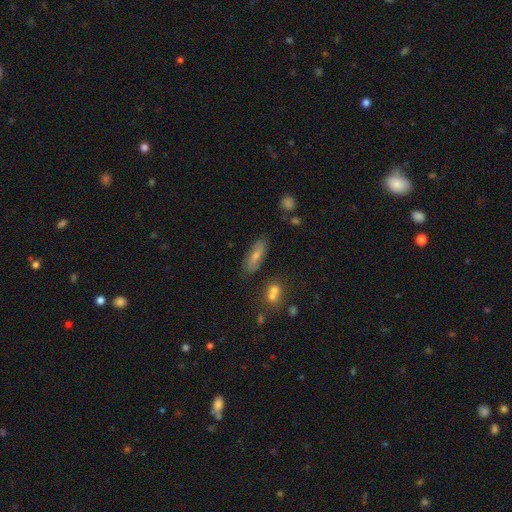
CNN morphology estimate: A smooth galaxy with no disk features (54%) that is in between round and cigar-shaped (74%). Merging: none (77%).